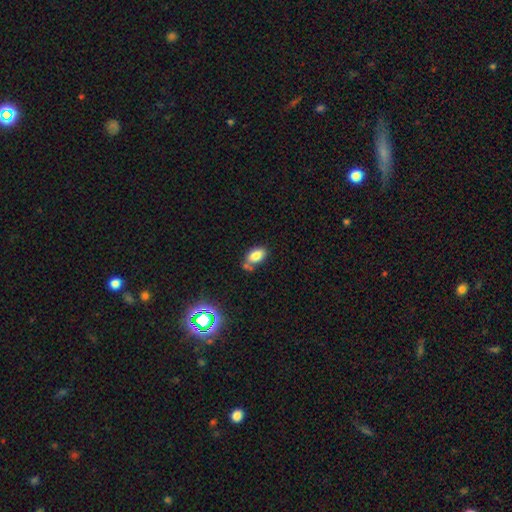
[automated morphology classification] smooth-or-featured: smooth: 82% | star or artifact: 10% | featured or disk: 8%
  how-rounded: in between: 91% | round: 7% | cigar-shaped: 2%
  merging: none: 55% | merger: 21% | minor disturbance: 19% | major disturbance: 6%